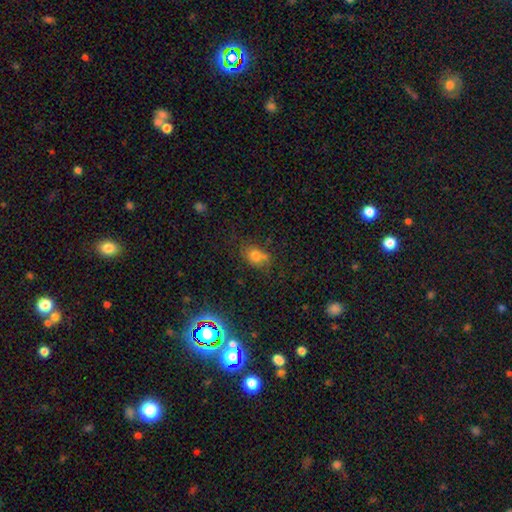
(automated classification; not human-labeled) Smooth or featured: smooth — 70% (star or artifact — 17%)
How rounded: in between — 68% (round — 30%)
Merging: none — 63% (minor disturbance — 22%)